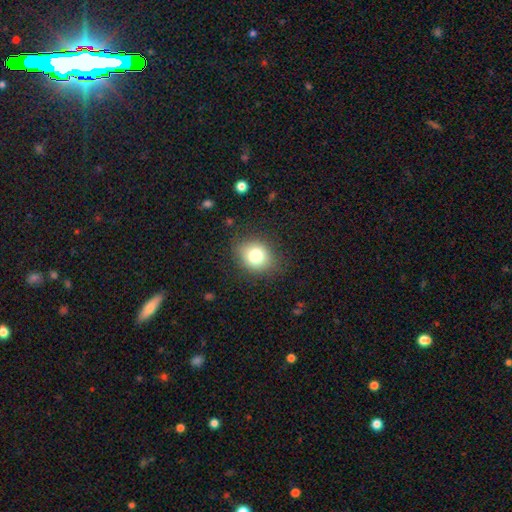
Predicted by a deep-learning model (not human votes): Q: Smooth or featured?
A: smooth (78%); runner-up: star or artifact (11%)
Q: How rounded?
A: round (61%); runner-up: in between (38%)
Q: Merging?
A: none (82%); runner-up: minor disturbance (13%)